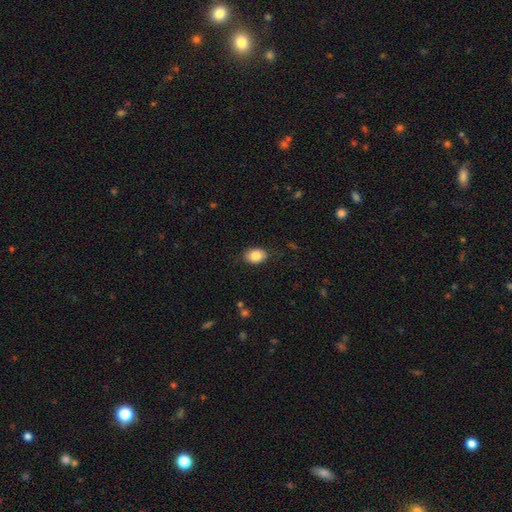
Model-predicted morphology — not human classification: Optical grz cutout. It shows a smooth galaxy with no disk features (84%) that is in between round and cigar-shaped (77%). Merging: none (82%).